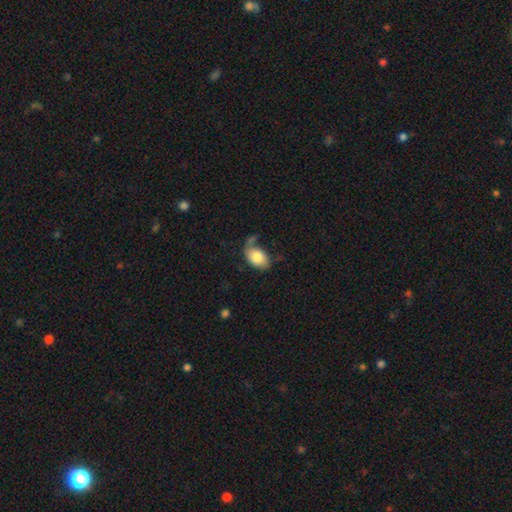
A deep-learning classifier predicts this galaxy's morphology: Overall: smooth (79%). How rounded: in between (88%). Merging: none (47%; minor disturbance 23%).